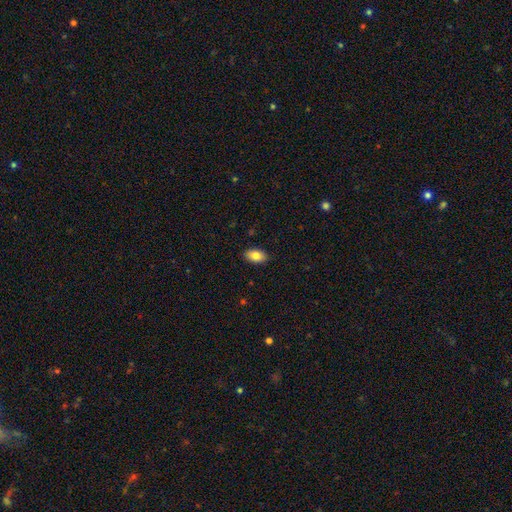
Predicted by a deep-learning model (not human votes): Smooth or featured? smooth (83%)
How rounded? in between (92%)
Merging? none (89%)